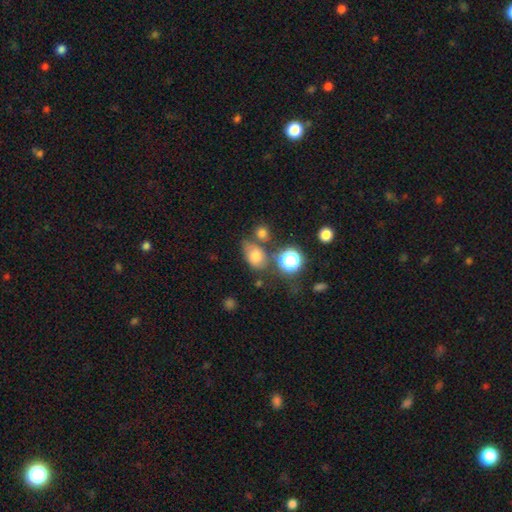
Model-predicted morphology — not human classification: A smooth galaxy with no disk features (72%) that is in between round and cigar-shaped (67%).

Vote fractions:
- Smooth or featured? smooth: 72% / star or artifact: 17% / featured or disk: 12%
- How rounded? in between: 67% / round: 32% / cigar-shaped: 1%
- Merging? none: 51% / minor disturbance: 21% / merger: 18% / major disturbance: 10%